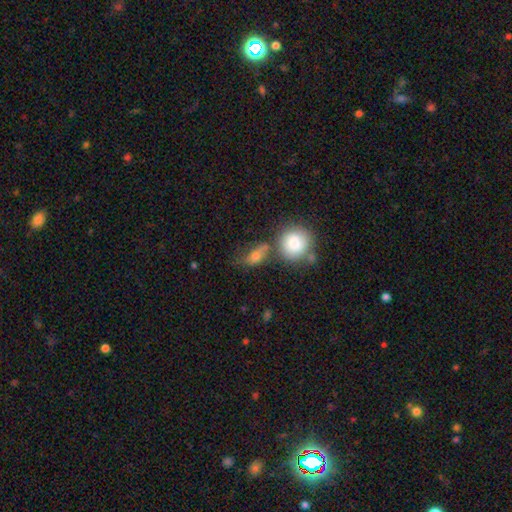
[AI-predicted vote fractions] Morphology: type=smooth (71%); roundness=in between (61%); merging=none (41%).